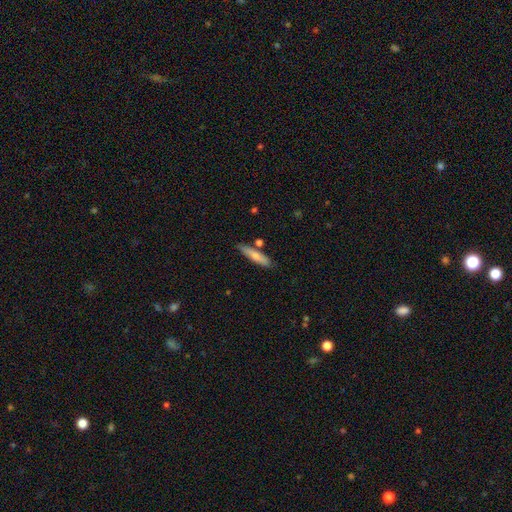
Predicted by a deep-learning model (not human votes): smooth-or-featured: smooth: 72% | featured or disk: 23% | star or artifact: 6%
  how-rounded: cigar-shaped: 84% | in between: 14% | round: 2%
  merging: none: 79% | minor disturbance: 12% | merger: 6% | major disturbance: 2%